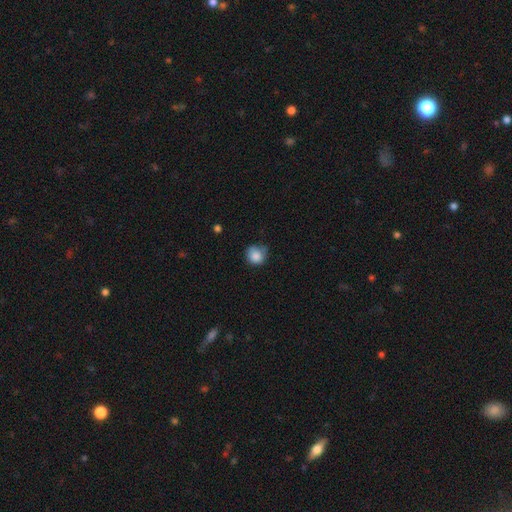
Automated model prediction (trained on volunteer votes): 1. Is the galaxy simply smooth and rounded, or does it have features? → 85% smooth, 9% star or artifact, 6% featured or disk.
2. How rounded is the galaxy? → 87% round, 12% in between, 1% cigar-shaped.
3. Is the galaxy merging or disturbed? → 62% none, 29% minor disturbance, 6% major disturbance, 3% merger.